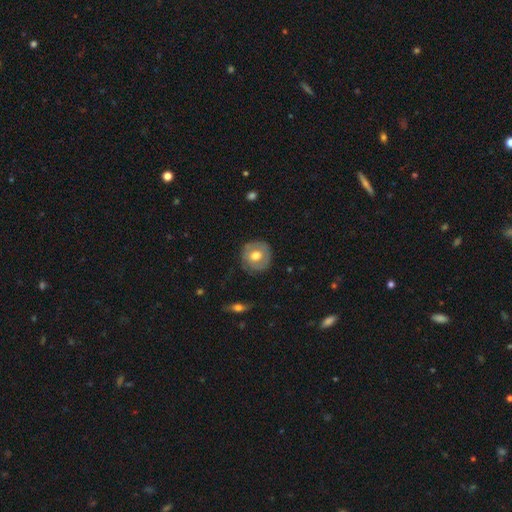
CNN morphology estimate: Smooth or featured? Predicted: smooth (p=0.57). How rounded? Predicted: round (p=0.90). Merging? Predicted: none (p=0.83).